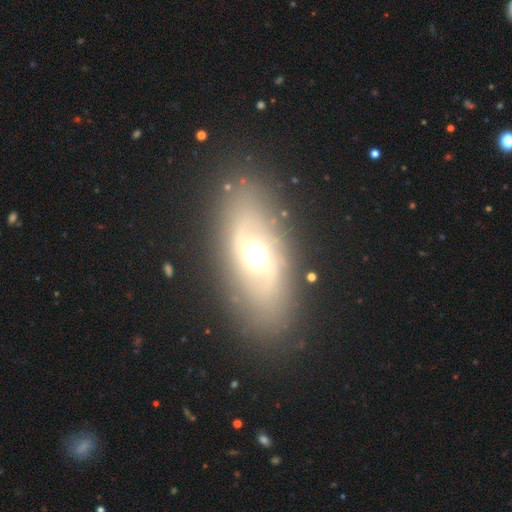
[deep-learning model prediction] Smooth or featured? featured or disk (67%)
Edge-on disk? no (89%)
Bar? no (54%)
Spiral arms? yes (69%)
Bulge size? moderate (60%)
Merging? none (84%)